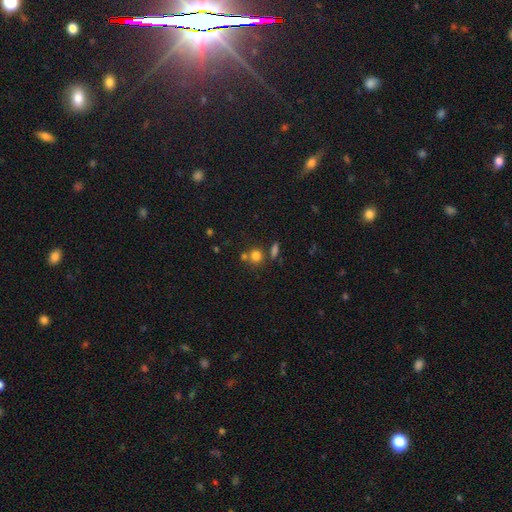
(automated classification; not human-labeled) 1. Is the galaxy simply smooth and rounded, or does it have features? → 76% smooth, 16% star or artifact, 8% featured or disk.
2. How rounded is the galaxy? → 83% round, 16% in between, 1% cigar-shaped.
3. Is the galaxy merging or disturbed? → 61% none, 25% merger, 10% minor disturbance, 4% major disturbance.